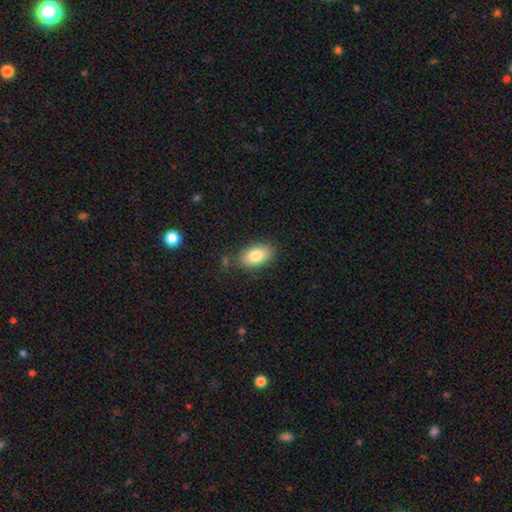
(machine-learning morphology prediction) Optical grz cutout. It shows a smooth galaxy with no disk features (82%) that is in between round and cigar-shaped (92%). Merging: none (82%).